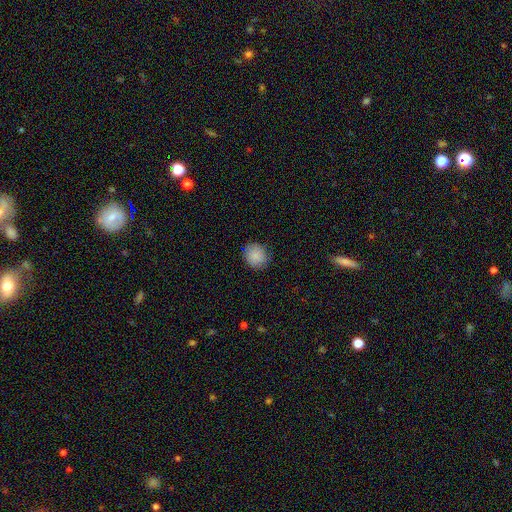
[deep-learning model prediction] smooth 86%, star or artifact 8%, featured or disk 6%. Down the decision tree: how rounded — round (79%); merging — none (82%).